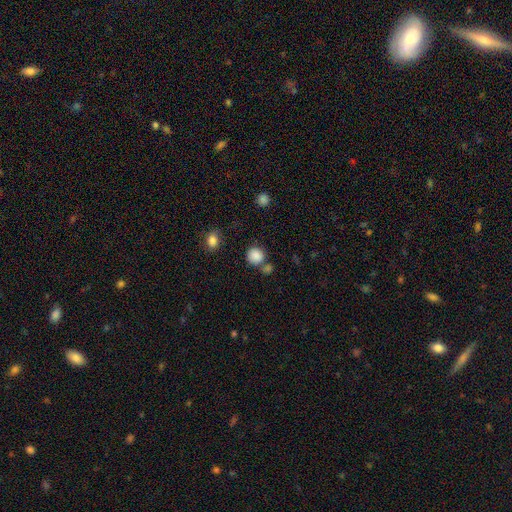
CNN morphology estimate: smooth_or_featured: smooth (p=0.86) [alt: star or artifact p=0.10]
how_rounded: round (p=0.87) [alt: in between p=0.12]
merging: none (p=0.68) [alt: merger p=0.17]